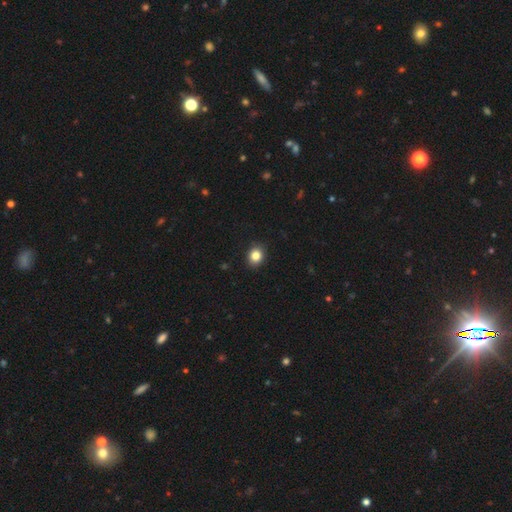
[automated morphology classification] Smooth or featured? Predicted: smooth (p=0.84). How rounded? Predicted: round (p=0.62). Merging? Predicted: none (p=0.91).